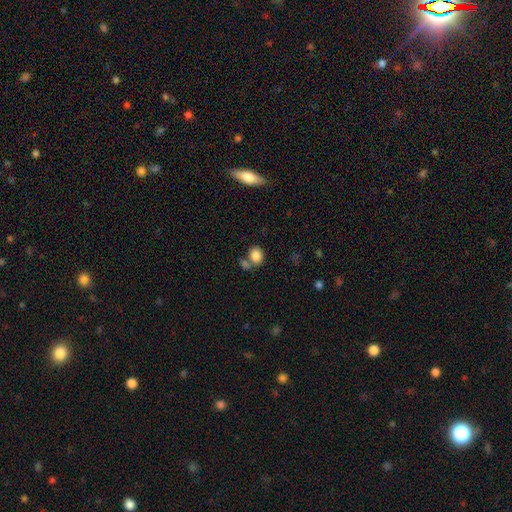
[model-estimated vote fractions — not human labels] smooth-or-featured: smooth: 84% | star or artifact: 9% | featured or disk: 7%
  how-rounded: round: 59% | in between: 40% | cigar-shaped: 1%
  merging: none: 53% | merger: 31% | minor disturbance: 11% | major disturbance: 5%